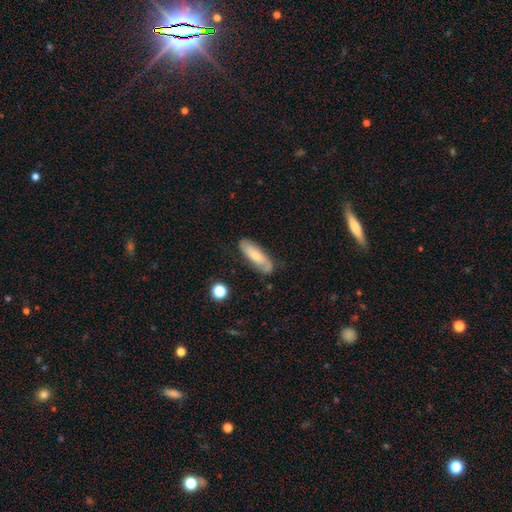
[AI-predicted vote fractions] smooth 59%, featured or disk 34%, star or artifact 7%. Down the decision tree: how rounded — in between (51%); merging — none (75%).